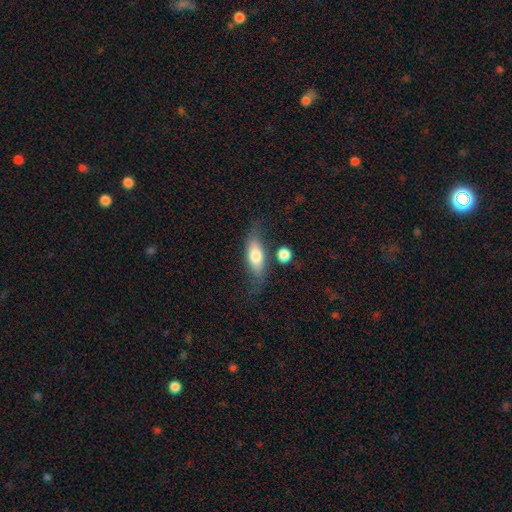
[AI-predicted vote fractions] Q: Smooth or featured?
A: smooth (68%); runner-up: featured or disk (25%)
Q: How rounded?
A: in between (66%); runner-up: cigar-shaped (29%)
Q: Merging?
A: none (65%); runner-up: minor disturbance (19%)